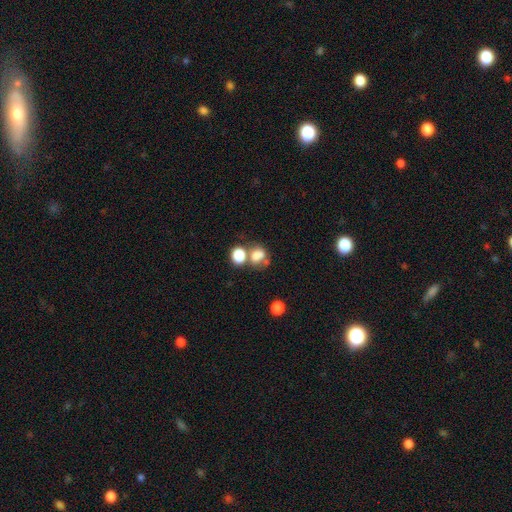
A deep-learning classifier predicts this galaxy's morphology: Q: Smooth or featured?
A: smooth (74%); runner-up: star or artifact (13%)
Q: How rounded?
A: round (53%); runner-up: in between (46%)
Q: Merging?
A: merger (46%); runner-up: none (35%)